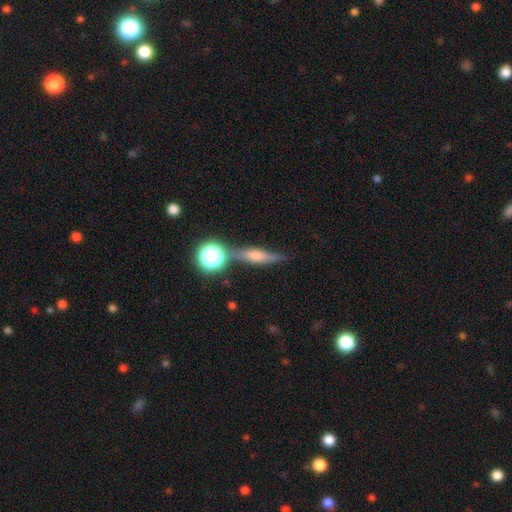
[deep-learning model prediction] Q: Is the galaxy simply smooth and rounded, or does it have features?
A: featured or disk — 62%.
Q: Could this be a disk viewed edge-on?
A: yes — 92%.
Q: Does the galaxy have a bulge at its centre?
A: rounded — 88%.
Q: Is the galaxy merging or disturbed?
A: none — 75%.